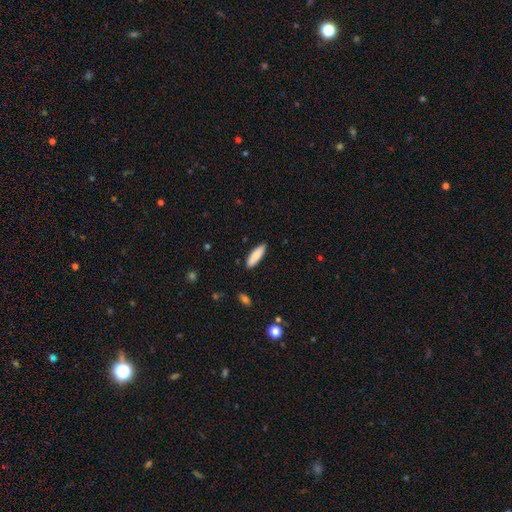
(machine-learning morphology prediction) This appears to be a smooth galaxy with no disk features (83%) that is cigar-shaped (59%). Merging: none (88%).